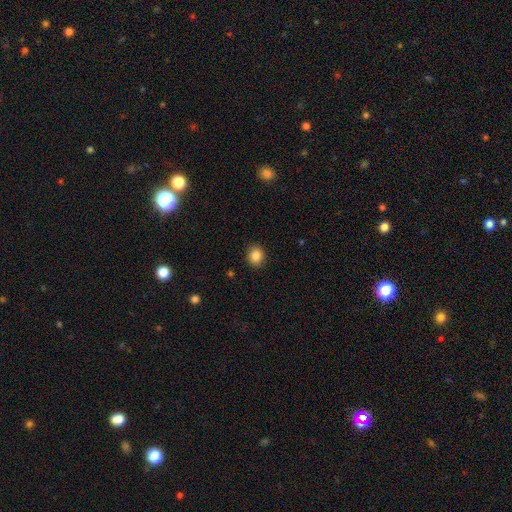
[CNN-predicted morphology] This appears to be a smooth galaxy with no disk features (86%) that is round (78%). Merging: none (89%).